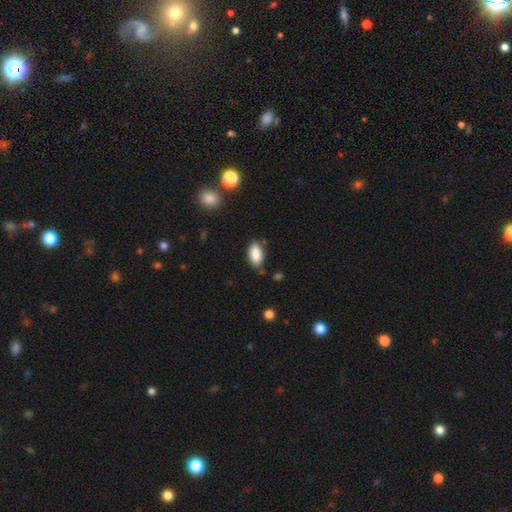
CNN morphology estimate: type=smooth (87%); roundness=in between (92%); merging=none (76%).